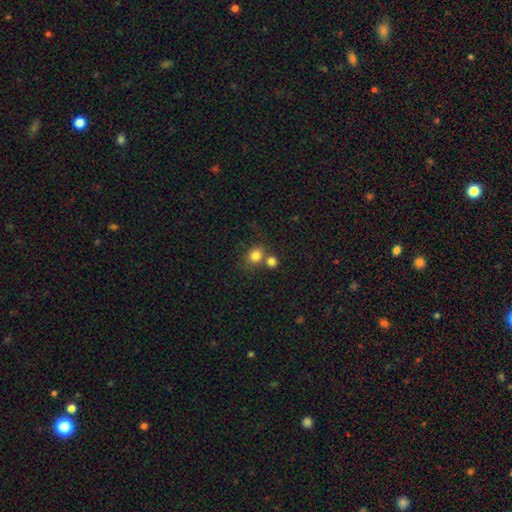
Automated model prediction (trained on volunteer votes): Smooth or featured?
  - smooth: 81% *
  - star or artifact: 12%
  - featured or disk: 7%
How rounded?
  - round: 74% *
  - in between: 25%
  - cigar-shaped: 1%
Merging?
  - none: 55% *
  - merger: 32%
  - minor disturbance: 10%
  - major disturbance: 4%